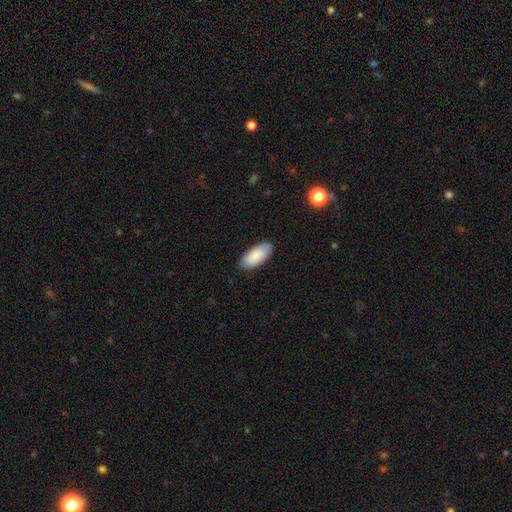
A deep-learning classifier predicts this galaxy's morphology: A smooth galaxy with no disk features (87%) that is in between round and cigar-shaped (93%).

Vote fractions:
- Smooth or featured? smooth: 87% / featured or disk: 8% / star or artifact: 6%
- How rounded? in between: 93% / cigar-shaped: 6% / round: 2%
- Merging? none: 86% / minor disturbance: 11% / major disturbance: 2% / merger: 1%